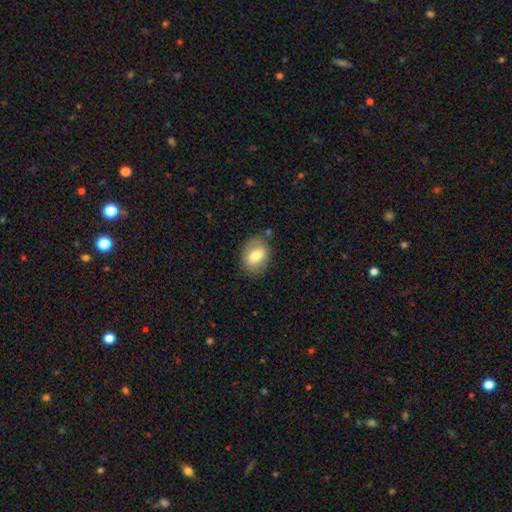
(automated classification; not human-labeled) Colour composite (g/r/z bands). It shows a smooth galaxy with no disk features (73%) that is in between round and cigar-shaped (68%). Merging: none (79%).